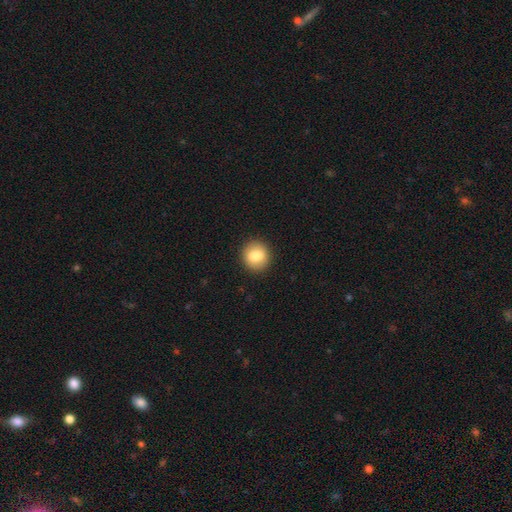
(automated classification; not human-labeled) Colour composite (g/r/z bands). It shows a smooth galaxy with no disk features (81%) that is round (84%). Merging: none (91%).